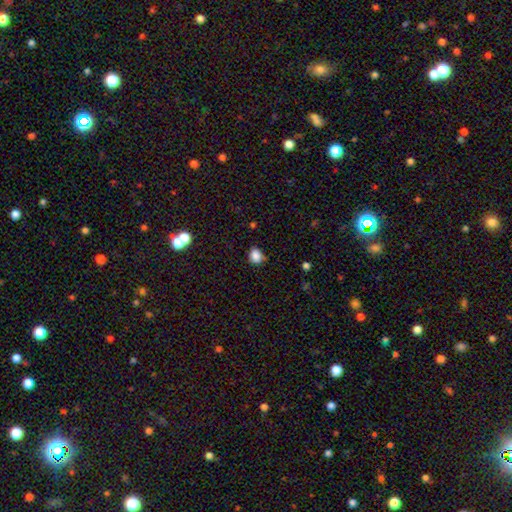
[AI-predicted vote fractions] Morphology: type=smooth (85%); roundness=round (51%); merging=none (75%).